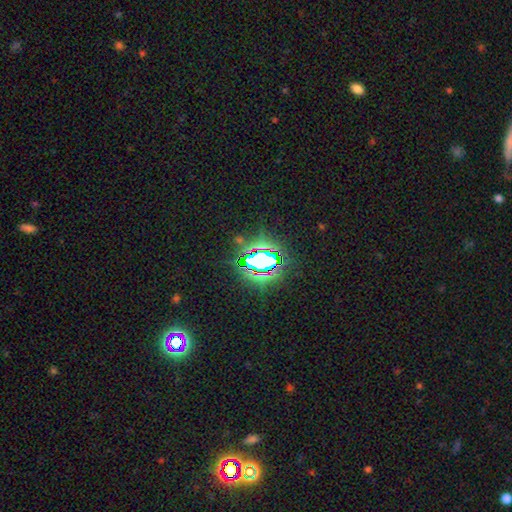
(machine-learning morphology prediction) The model was most divided on "smooth or featured": star or artifact: 75%, smooth: 15%, featured or disk: 9%.